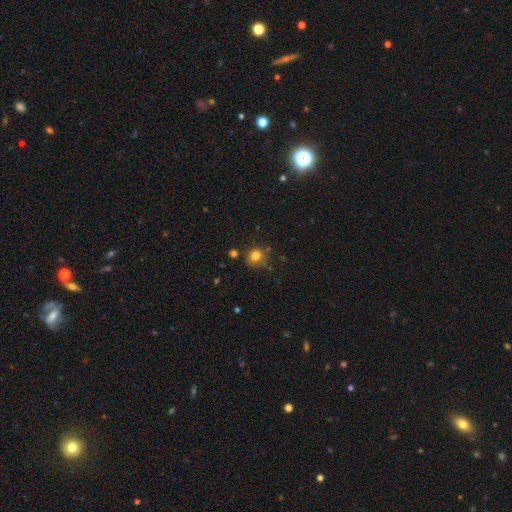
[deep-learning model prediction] smooth_or_featured: smooth (p=0.79) [alt: star or artifact p=0.14]
how_rounded: round (p=0.68) [alt: in between p=0.31]
merging: none (p=0.71) [alt: minor disturbance p=0.18]